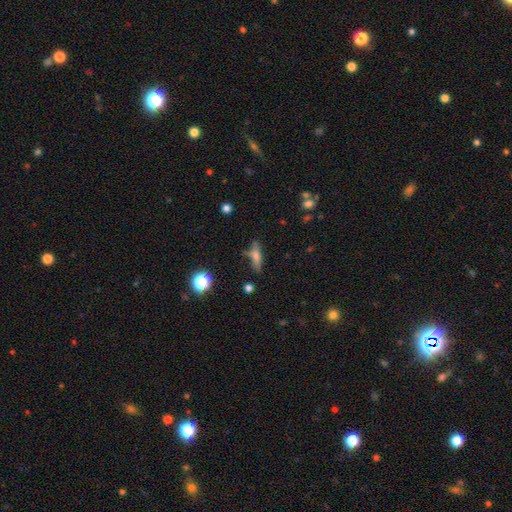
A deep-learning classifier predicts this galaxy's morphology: A smooth galaxy with no disk features (56%) that is cigar-shaped (62%). Merging: none (68%).